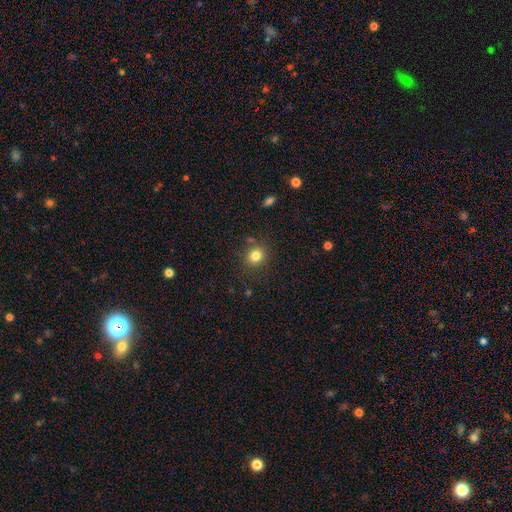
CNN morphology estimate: A smooth galaxy with no disk features (82%) that is round (82%).

Vote fractions:
- Smooth or featured? smooth: 82% / star or artifact: 12% / featured or disk: 6%
- How rounded? round: 82% / in between: 17% / cigar-shaped: 1%
- Merging? none: 82% / minor disturbance: 10% / merger: 4% / major disturbance: 3%